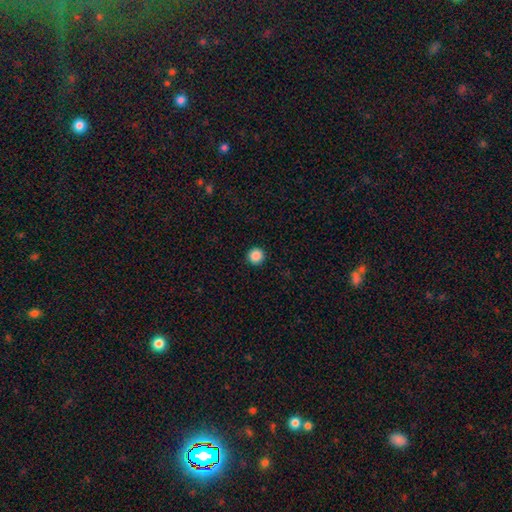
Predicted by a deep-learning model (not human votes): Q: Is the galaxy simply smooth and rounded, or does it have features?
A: smooth — 87%.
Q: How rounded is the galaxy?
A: round — 96%.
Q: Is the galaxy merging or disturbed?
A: none — 93%.